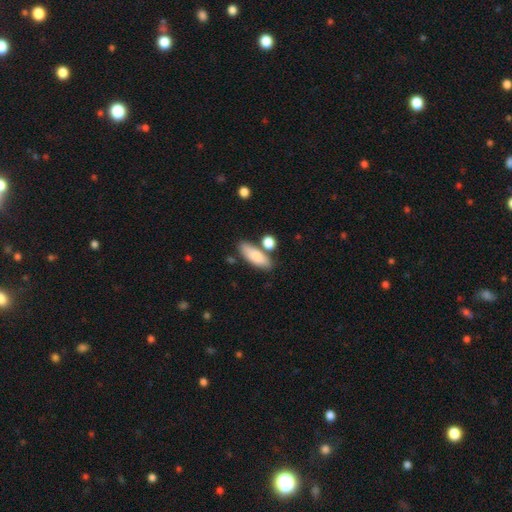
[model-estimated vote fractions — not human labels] Q: Smooth or featured?
A: smooth (84%); runner-up: featured or disk (10%)
Q: How rounded?
A: in between (70%); runner-up: cigar-shaped (27%)
Q: Merging?
A: none (69%); runner-up: merger (14%)